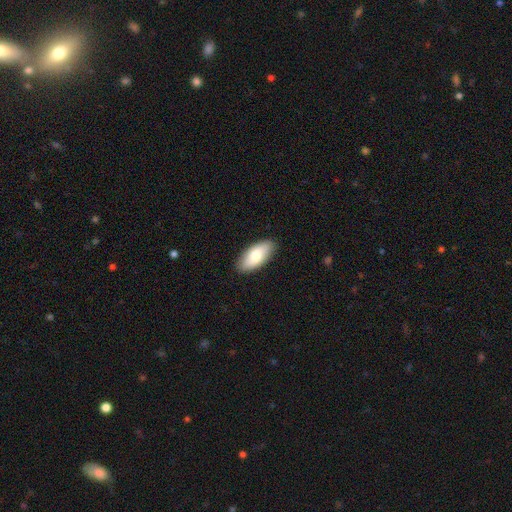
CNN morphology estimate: This is likely a smooth galaxy (79%). How rounded: clearly in between (90%). Merging: clearly none (89%).